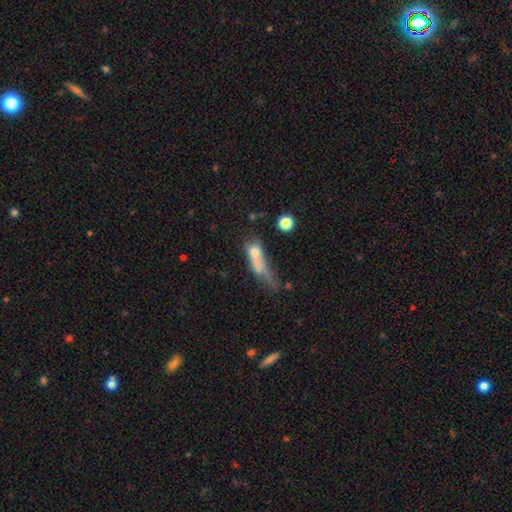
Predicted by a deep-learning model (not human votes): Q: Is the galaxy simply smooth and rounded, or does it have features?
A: smooth — 59%.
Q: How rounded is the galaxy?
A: in between — 45%.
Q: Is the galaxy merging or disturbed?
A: major disturbance — 35%.